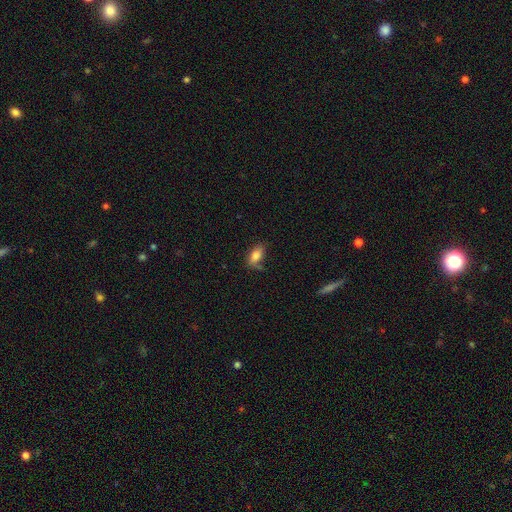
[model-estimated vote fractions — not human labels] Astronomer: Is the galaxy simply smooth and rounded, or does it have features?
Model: smooth — 81%.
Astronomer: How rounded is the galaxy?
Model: in between — 89%.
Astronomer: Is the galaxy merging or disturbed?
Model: none — 66%.